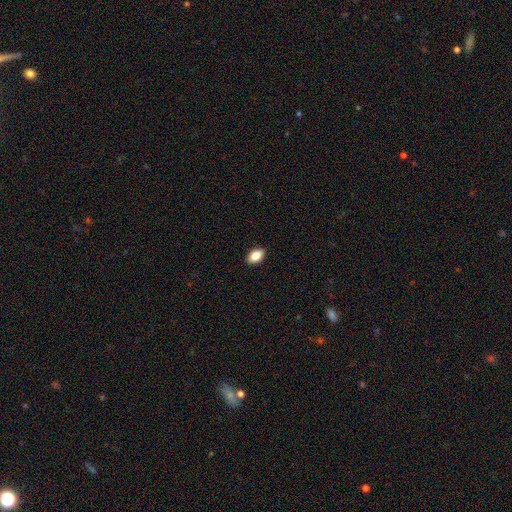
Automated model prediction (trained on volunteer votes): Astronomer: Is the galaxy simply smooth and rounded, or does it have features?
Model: smooth — 84%.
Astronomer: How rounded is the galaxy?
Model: in between — 89%.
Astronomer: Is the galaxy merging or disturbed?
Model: none — 90%.